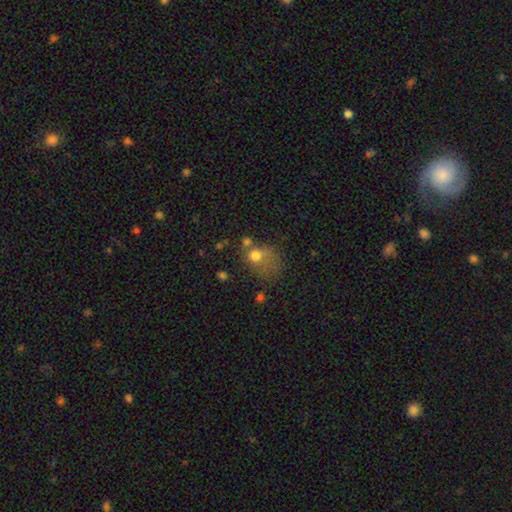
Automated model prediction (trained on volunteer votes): smooth_or_featured: smooth (p=0.69) [alt: featured or disk p=0.18]
how_rounded: round (p=0.57) [alt: in between p=0.42]
merging: major disturbance (p=0.32) [alt: none p=0.25]